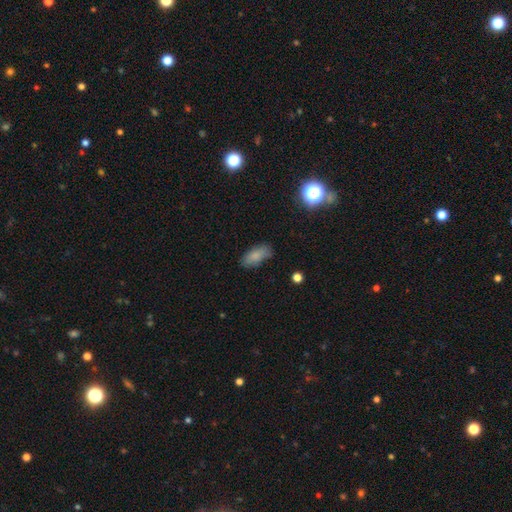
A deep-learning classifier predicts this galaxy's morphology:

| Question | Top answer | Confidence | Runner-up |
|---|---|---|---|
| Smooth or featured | smooth | 82% | featured or disk (9%) |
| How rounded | in between | 85% | cigar-shaped (12%) |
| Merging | none | 75% | minor disturbance (19%) |